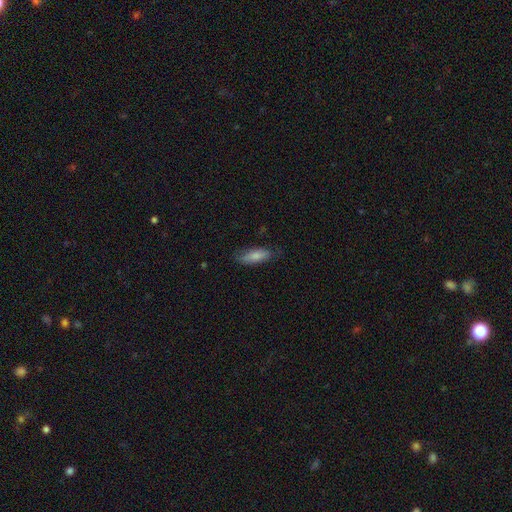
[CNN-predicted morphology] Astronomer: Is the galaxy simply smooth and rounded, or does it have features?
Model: smooth — 80%.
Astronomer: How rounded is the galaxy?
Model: in between — 62%.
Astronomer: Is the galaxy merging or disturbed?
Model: none — 75%.